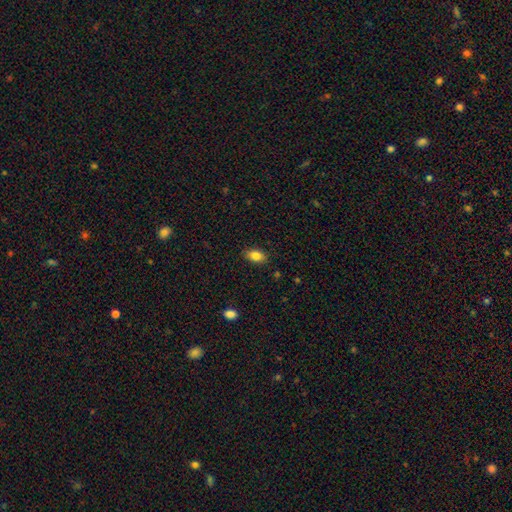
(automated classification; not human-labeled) Smooth or featured? Predicted: smooth (p=0.85). How rounded? Predicted: in between (p=0.89). Merging? Predicted: none (p=0.86).